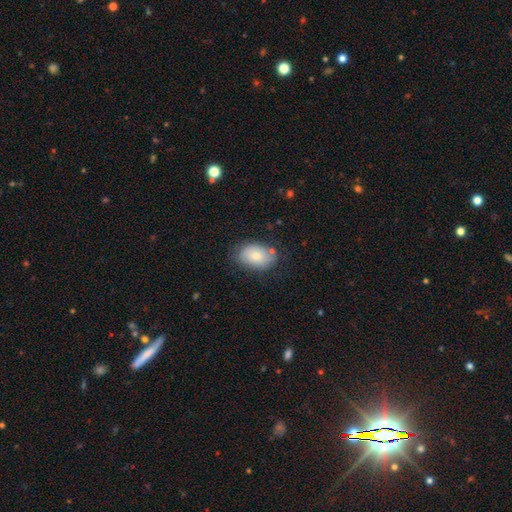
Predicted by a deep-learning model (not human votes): Smooth or featured?
  - smooth: 79% *
  - featured or disk: 14%
  - star or artifact: 7%
How rounded?
  - in between: 85% *
  - round: 14%
  - cigar-shaped: 1%
Merging?
  - none: 76% *
  - minor disturbance: 18%
  - major disturbance: 4%
  - merger: 3%